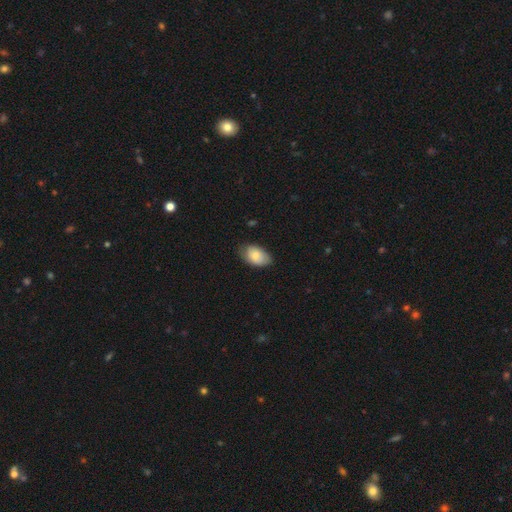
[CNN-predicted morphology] type=smooth (76%); roundness=in between (92%); merging=none (68%).